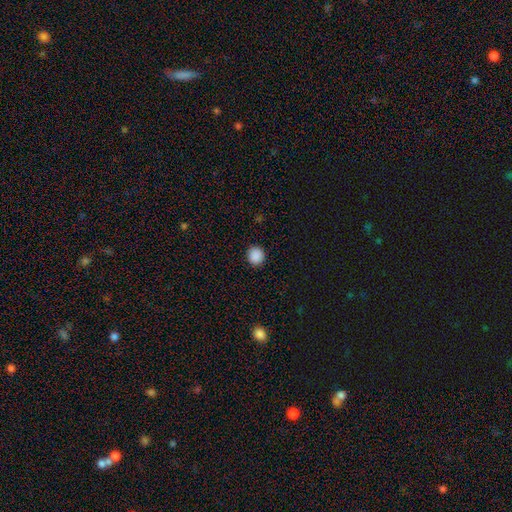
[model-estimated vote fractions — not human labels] Q: Smooth or featured?
A: smooth (89%); runner-up: star or artifact (9%)
Q: How rounded?
A: round (91%); runner-up: in between (8%)
Q: Merging?
A: none (92%); runner-up: minor disturbance (5%)